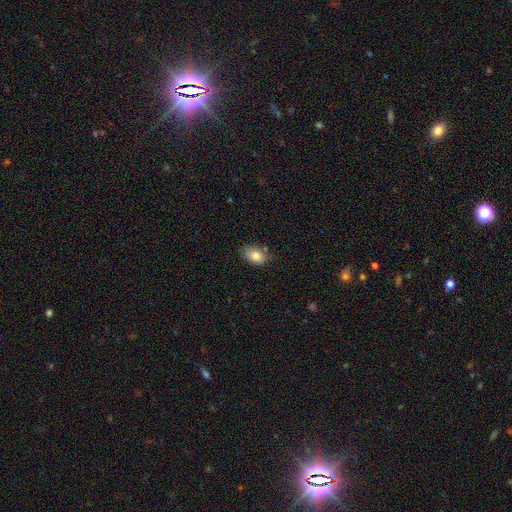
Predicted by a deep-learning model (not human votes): This appears to be a smooth galaxy with no disk features (83%) that is in between round and cigar-shaped (86%). Merging: none (70%).